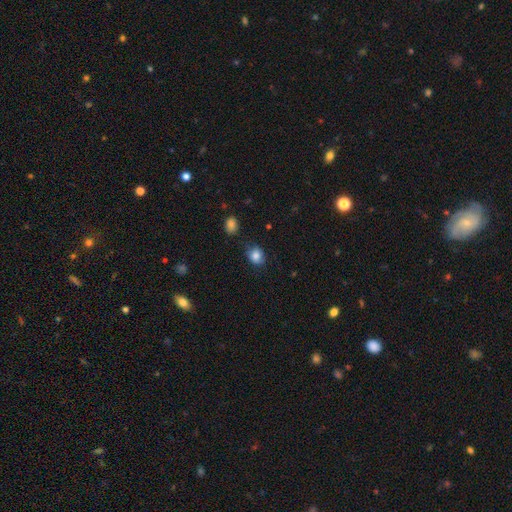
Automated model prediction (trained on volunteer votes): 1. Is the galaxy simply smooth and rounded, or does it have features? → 83% smooth, 10% star or artifact, 7% featured or disk.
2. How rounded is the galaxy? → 53% round, 46% in between, 1% cigar-shaped.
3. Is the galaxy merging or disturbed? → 69% none, 23% minor disturbance, 5% major disturbance, 3% merger.